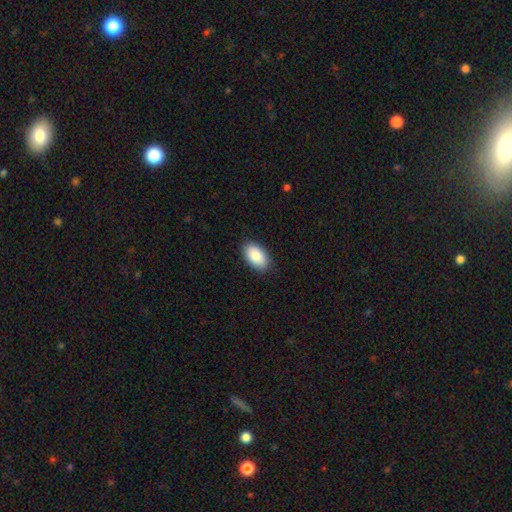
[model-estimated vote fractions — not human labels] Smooth or featured?
  - smooth: 88% *
  - star or artifact: 6%
  - featured or disk: 5%
How rounded?
  - in between: 94% *
  - round: 5%
  - cigar-shaped: 1%
Merging?
  - none: 88% *
  - minor disturbance: 9%
  - major disturbance: 2%
  - merger: 1%